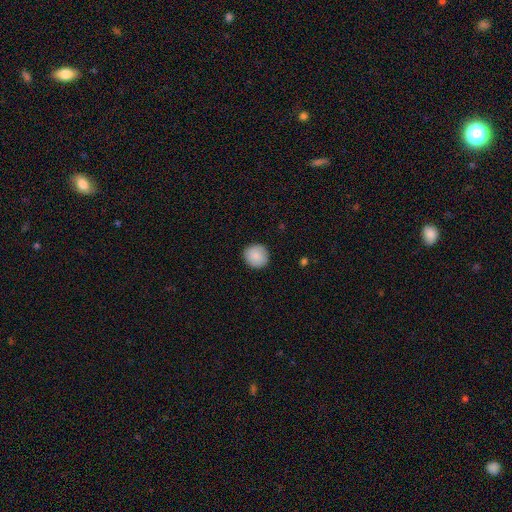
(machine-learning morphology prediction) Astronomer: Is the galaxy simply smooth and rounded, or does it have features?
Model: smooth — 88%.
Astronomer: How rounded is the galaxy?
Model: round — 94%.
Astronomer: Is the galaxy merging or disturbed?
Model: none — 91%.